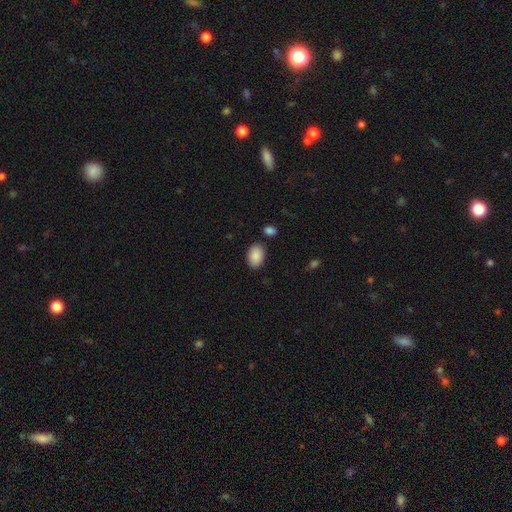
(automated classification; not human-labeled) This appears to be a smooth galaxy with no disk features (89%) that is in between round and cigar-shaped (87%). Merging: none (83%).